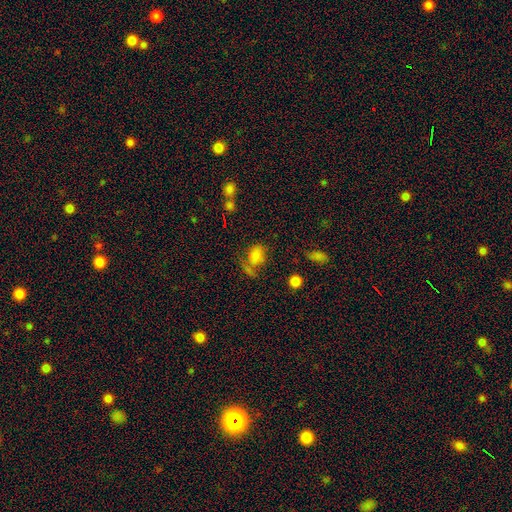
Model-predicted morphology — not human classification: Smooth or featured?
  - smooth: 75% *
  - star or artifact: 15%
  - featured or disk: 10%
How rounded?
  - in between: 70% *
  - round: 28%
  - cigar-shaped: 2%
Merging?
  - none: 47% *
  - merger: 22%
  - minor disturbance: 18%
  - major disturbance: 13%